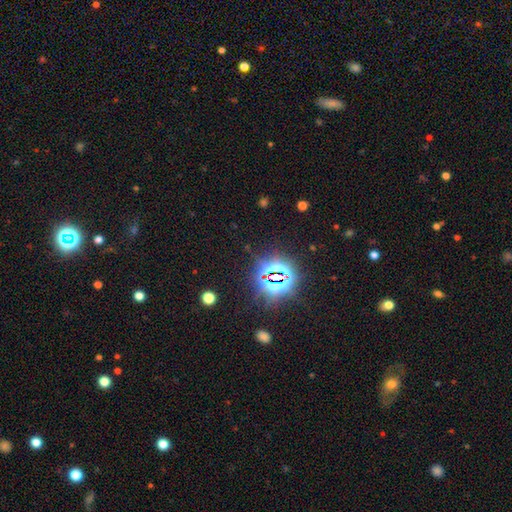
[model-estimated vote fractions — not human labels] smooth_or_featured: star or artifact (p=0.80) [alt: smooth p=0.13]